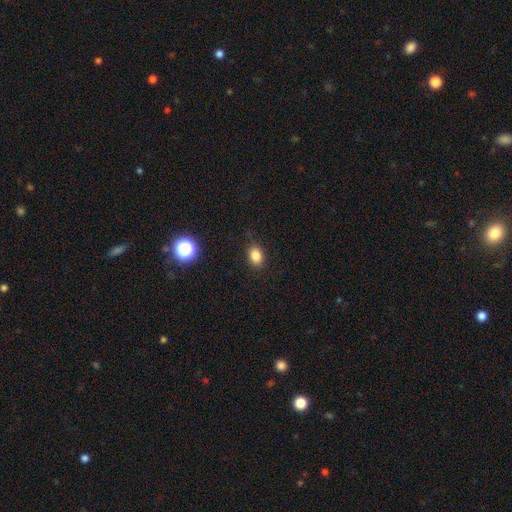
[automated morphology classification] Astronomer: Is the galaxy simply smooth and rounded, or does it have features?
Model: smooth — 83%.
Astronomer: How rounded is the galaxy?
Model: in between — 67%.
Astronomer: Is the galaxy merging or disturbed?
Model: none — 85%.